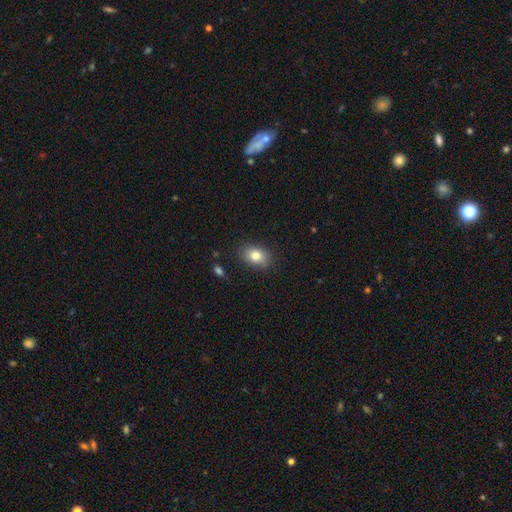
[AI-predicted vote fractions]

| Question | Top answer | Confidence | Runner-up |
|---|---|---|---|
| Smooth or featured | smooth | 81% | featured or disk (10%) |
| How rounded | in between | 77% | round (22%) |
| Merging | none | 84% | minor disturbance (12%) |